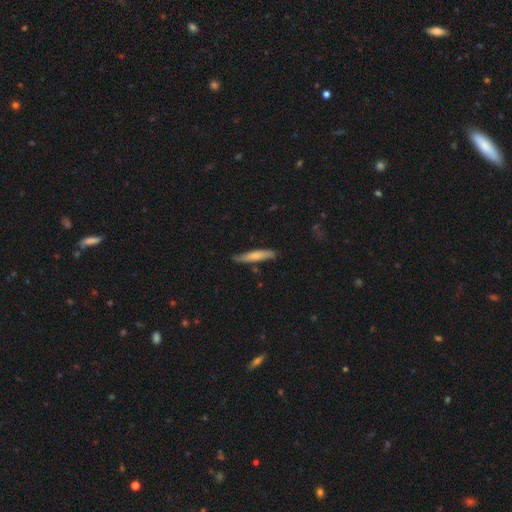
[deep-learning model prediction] The model was most divided on "smooth or featured": smooth: 69%, featured or disk: 26%, star or artifact: 5%. More confident: how rounded — cigar-shaped (86%); merging — none (77%).